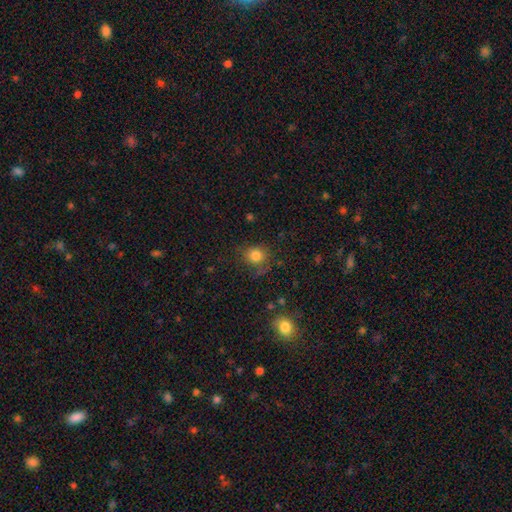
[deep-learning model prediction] Overall: smooth (81%). How rounded: round (82%). Merging: none (69%).